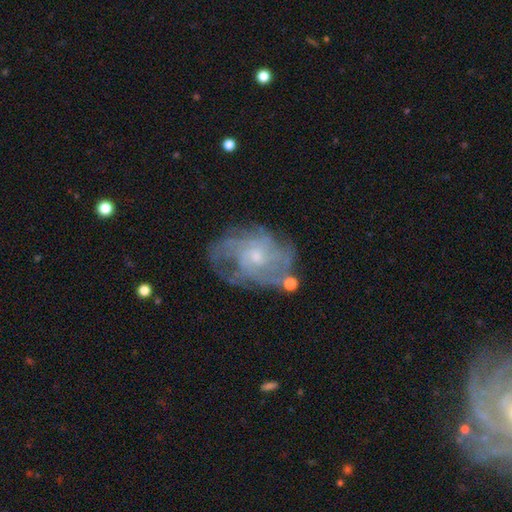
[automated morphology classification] This appears to be a featured or disk galaxy (78%) with no bar (72%), tight (46%) spiral arms (86%) and a small central bulge (62%). Merging: none (65%).